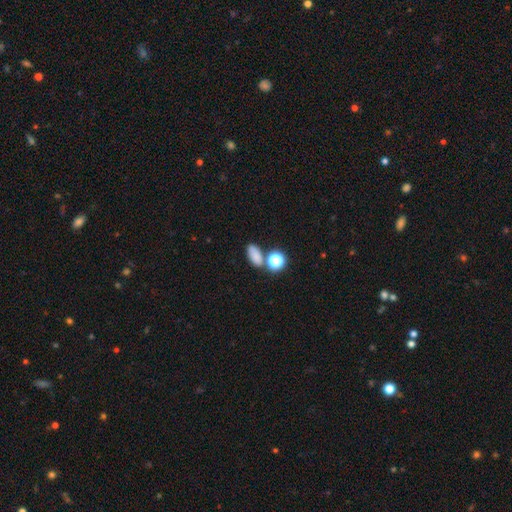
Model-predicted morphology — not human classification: Smooth or featured? smooth (77%)
How rounded? in between (82%)
Merging? none (63%)